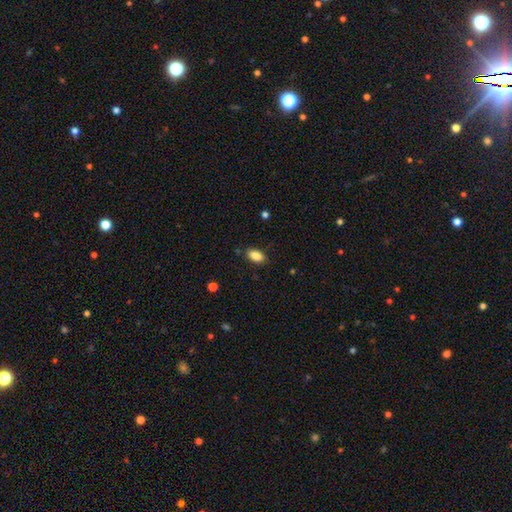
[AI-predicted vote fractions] smooth-or-featured: smooth: 87% | star or artifact: 8% | featured or disk: 5%
  how-rounded: in between: 91% | cigar-shaped: 5% | round: 4%
  merging: none: 85% | minor disturbance: 11% | major disturbance: 2% | merger: 1%